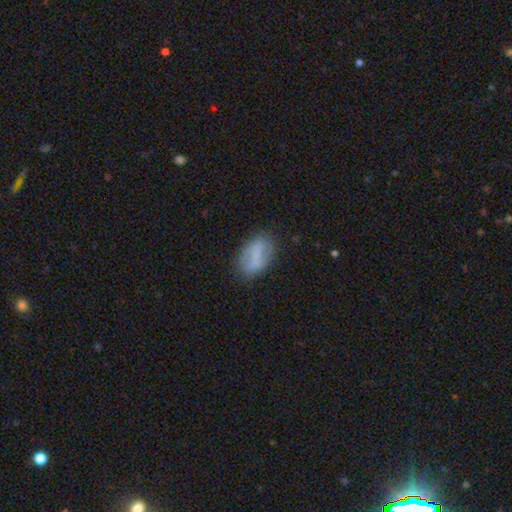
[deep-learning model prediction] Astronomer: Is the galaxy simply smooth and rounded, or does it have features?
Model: smooth — 58% (runner-up: featured or disk, 33%).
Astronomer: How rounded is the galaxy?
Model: in between — 88%.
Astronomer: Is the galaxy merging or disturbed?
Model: none — 73%.